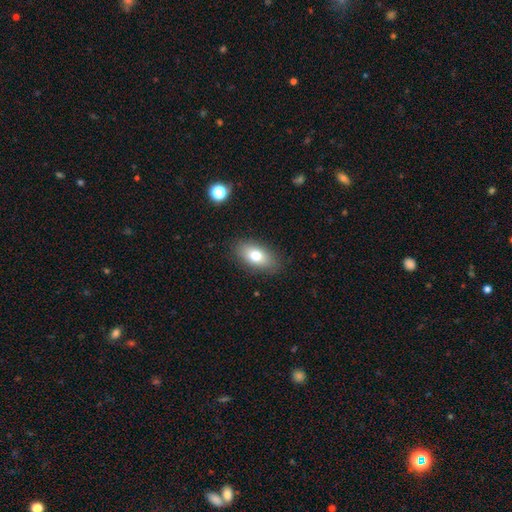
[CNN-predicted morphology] A smooth galaxy with no disk features (76%) that is in between round and cigar-shaped (89%). Merging: none (86%).